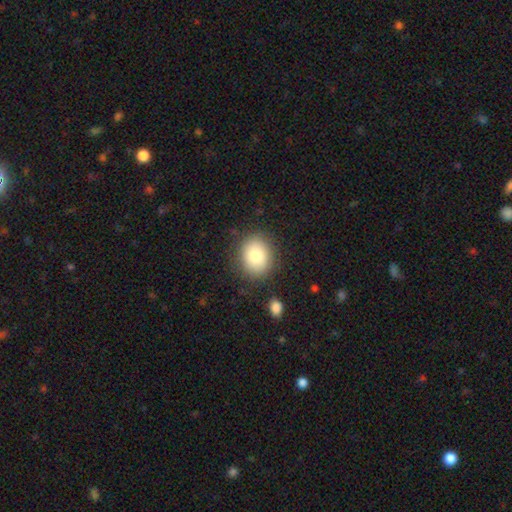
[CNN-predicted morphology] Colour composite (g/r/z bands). It shows a smooth galaxy with no disk features (82%) that is round (63%). Merging: none (84%).